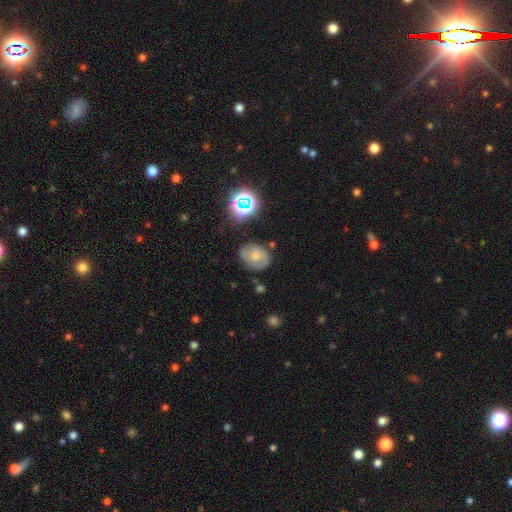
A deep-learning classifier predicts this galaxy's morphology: smooth_or_featured: smooth (p=0.52) [alt: featured or disk p=0.33]
how_rounded: in between (p=0.52) [alt: round p=0.47]
merging: none (p=0.65) [alt: minor disturbance p=0.24]